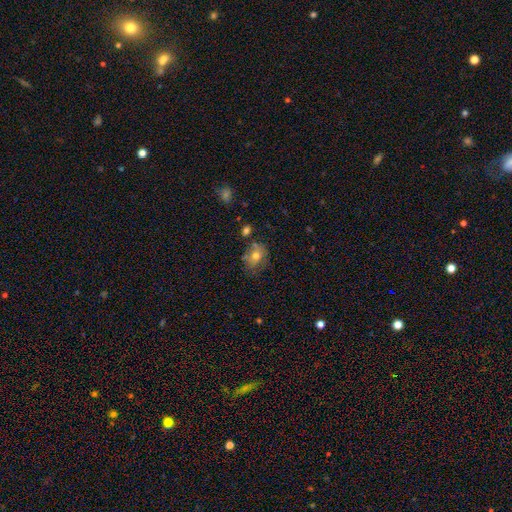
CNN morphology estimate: A smooth galaxy with no disk features (70%) that is in between round and cigar-shaped (55%).

Vote fractions:
- Smooth or featured? smooth: 70% / featured or disk: 19% / star or artifact: 11%
- How rounded? in between: 55% / round: 44% / cigar-shaped: 1%
- Merging? none: 64% / minor disturbance: 20% / merger: 10% / major disturbance: 6%